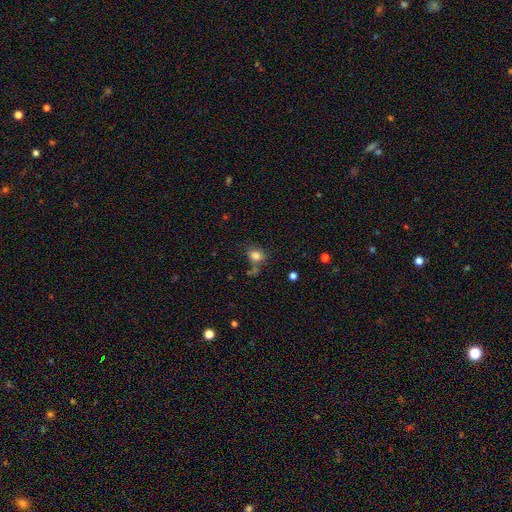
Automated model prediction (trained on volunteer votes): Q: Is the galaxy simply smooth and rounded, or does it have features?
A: smooth — 81%.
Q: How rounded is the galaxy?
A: round — 55%.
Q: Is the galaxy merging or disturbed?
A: none — 62%.